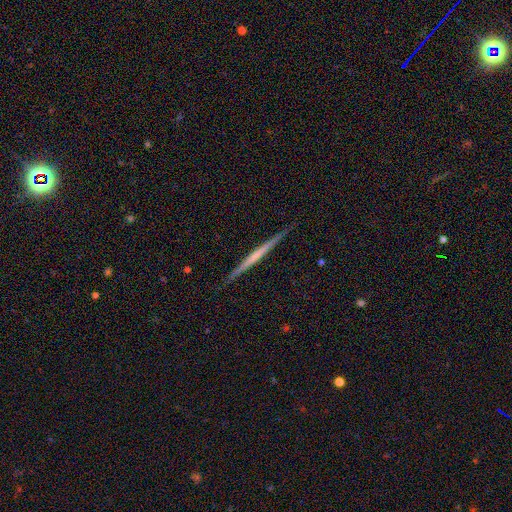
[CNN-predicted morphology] Smooth or featured: featured or disk — 65% (smooth — 29%)
Edge-on disk: yes — 98% (no — 2%)
Edge-on bulge: none — 78% (rounded — 15%)
Merging: none — 91% (minor disturbance — 7%)